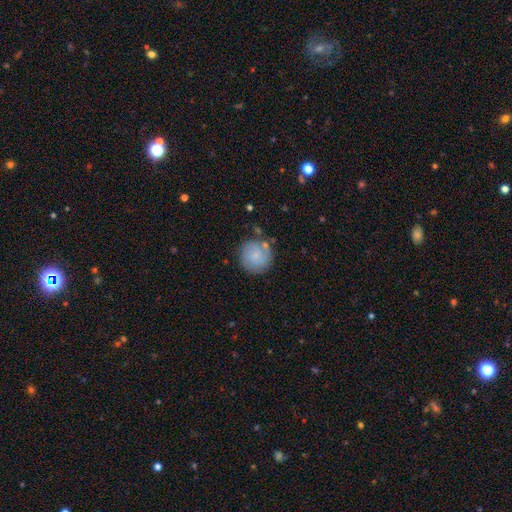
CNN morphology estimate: Overall: smooth (75%). How rounded: round (94%). Merging: none (74%).